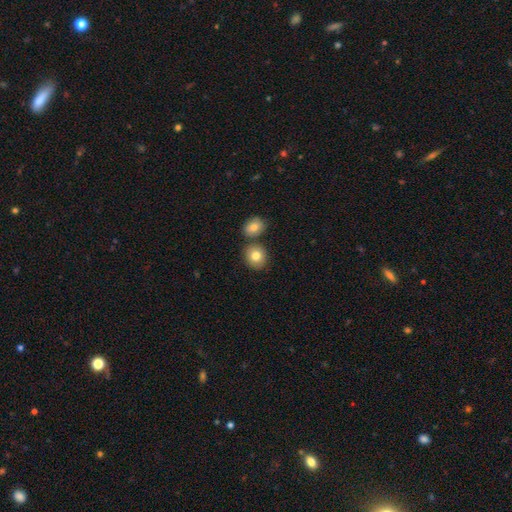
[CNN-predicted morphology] Smooth or featured?
  - smooth: 81% *
  - featured or disk: 10%
  - star or artifact: 9%
How rounded?
  - round: 78% *
  - in between: 21%
  - cigar-shaped: 1%
Merging?
  - none: 70% *
  - merger: 19%
  - minor disturbance: 9%
  - major disturbance: 2%